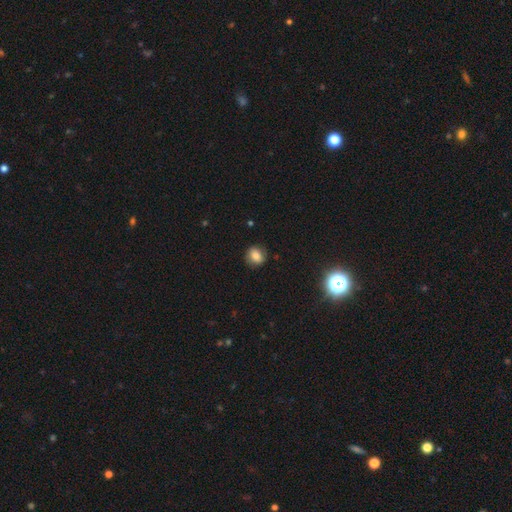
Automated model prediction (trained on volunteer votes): A smooth galaxy with no disk features (76%) that is round (75%).

Vote fractions:
- Smooth or featured? smooth: 76% / featured or disk: 13% / star or artifact: 11%
- How rounded? round: 75% / in between: 23% / cigar-shaped: 1%
- Merging? none: 84% / minor disturbance: 12% / major disturbance: 3% / merger: 1%